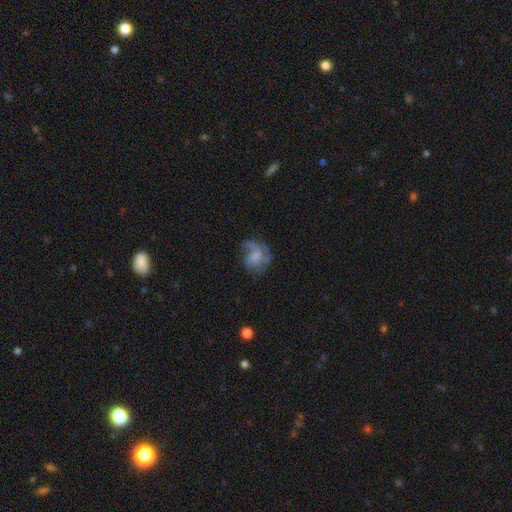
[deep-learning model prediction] Smooth or featured? Predicted: featured or disk (p=0.53). Edge-on disk? Predicted: no (p=0.98). Bar? Predicted: no (p=0.67). Spiral arms? Predicted: yes (p=0.75). Bulge size? Predicted: none (p=0.39). Merging? Predicted: none (p=0.44).